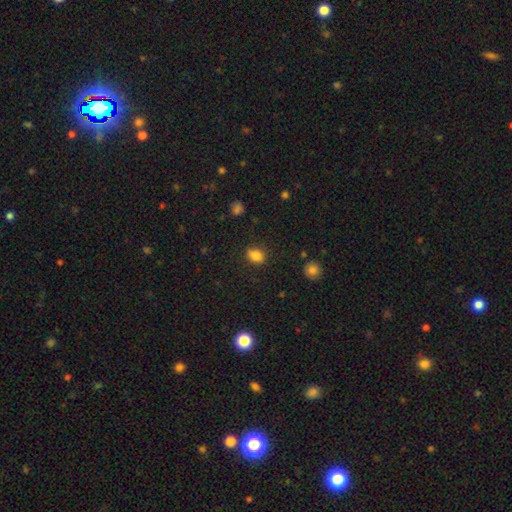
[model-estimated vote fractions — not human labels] Smooth or featured? smooth (84%)
How rounded? in between (64%)
Merging? none (79%)